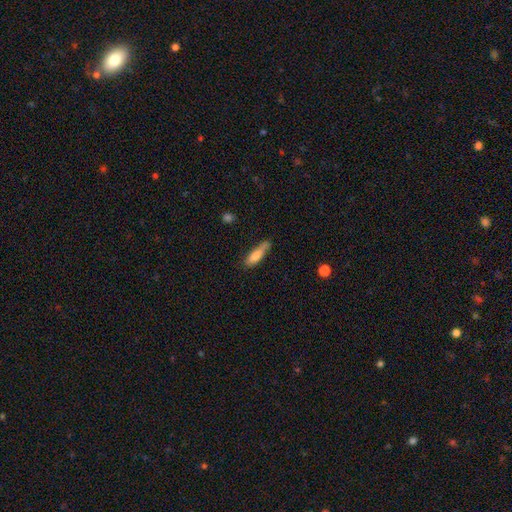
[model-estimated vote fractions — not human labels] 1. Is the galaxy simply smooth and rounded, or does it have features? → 79% smooth, 14% featured or disk, 7% star or artifact.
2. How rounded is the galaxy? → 65% cigar-shaped, 33% in between, 2% round.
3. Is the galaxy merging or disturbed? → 52% none, 32% minor disturbance, 10% major disturbance, 5% merger.